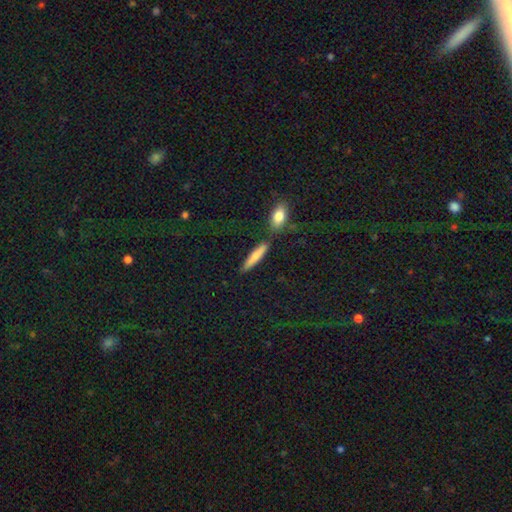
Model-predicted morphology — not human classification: This appears to be a smooth galaxy with no disk features (73%) that is cigar-shaped (83%). Merging: none (78%).